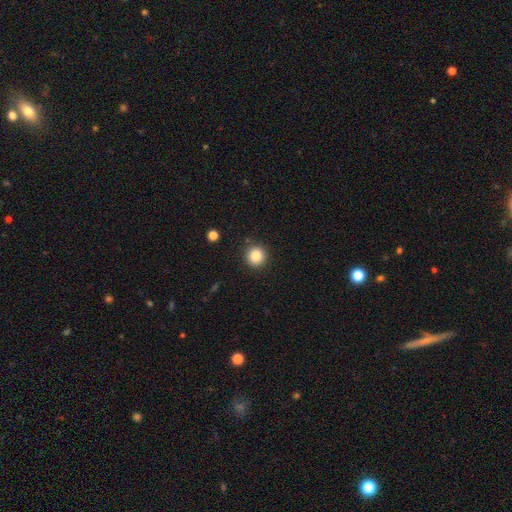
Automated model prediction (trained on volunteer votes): Morphology: type=smooth (85%); roundness=round (93%); merging=none (90%).